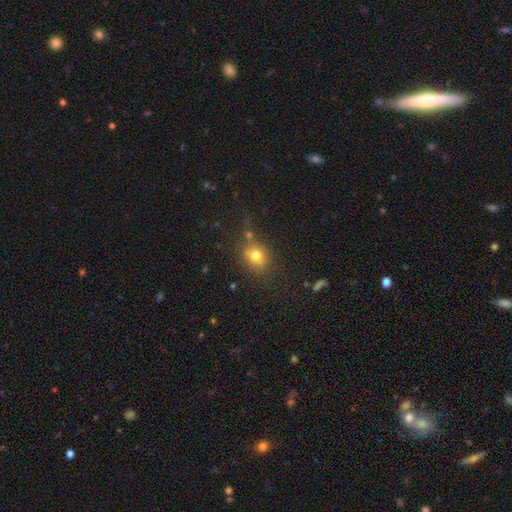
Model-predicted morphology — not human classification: smooth_or_featured: smooth (p=0.74) [alt: star or artifact p=0.15]
how_rounded: round (p=0.60) [alt: in between p=0.38]
merging: none (p=0.68) [alt: minor disturbance p=0.16]